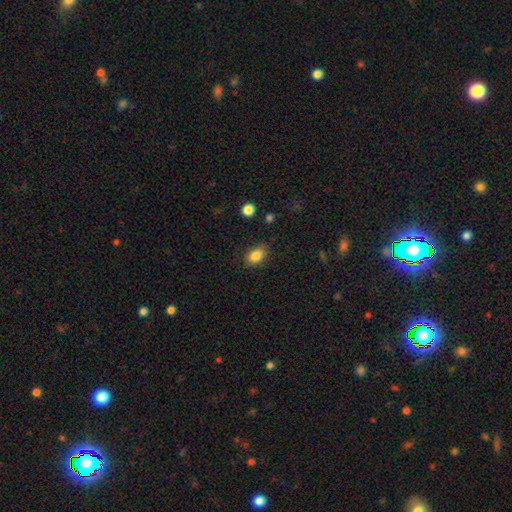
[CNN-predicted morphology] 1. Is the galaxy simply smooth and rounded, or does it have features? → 85% smooth, 9% star or artifact, 6% featured or disk.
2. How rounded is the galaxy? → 80% in between, 19% round, 2% cigar-shaped.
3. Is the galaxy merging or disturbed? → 79% none, 16% minor disturbance, 4% major disturbance, 2% merger.